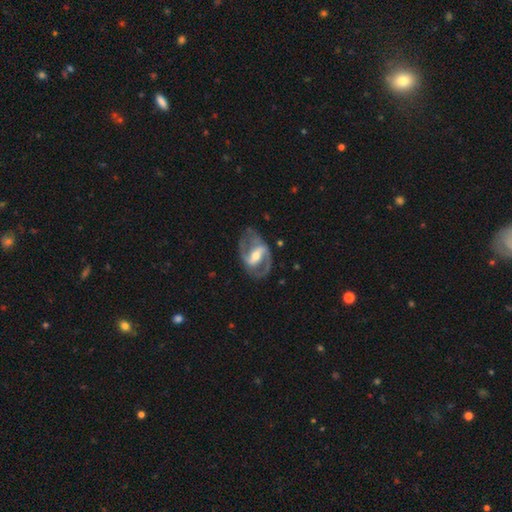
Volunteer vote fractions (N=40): smooth_or_featured: featured or disk (p=0.90) [alt: smooth p=0.05]
disk_edge_on: no (p=1.00)
bar: strong (p=0.47) [tied with: weak p=0.47]
has_spiral_arms: yes (p=0.78) [alt: no p=0.22]
spiral_winding: medium (p=0.61) [alt: loose p=0.32]
spiral_arm_count: 2 (p=0.82) [alt: can't tell p=0.11]
bulge_size: moderate (p=0.69) [alt: small p=0.19]
merging: none (p=0.68) [alt: minor disturbance p=0.29]